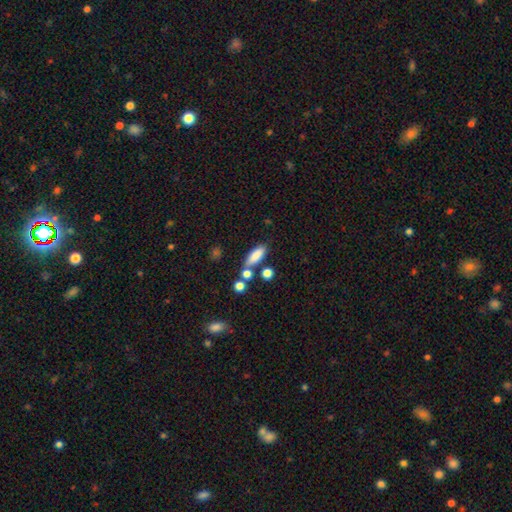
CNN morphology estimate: Smooth or featured? smooth (82%)
How rounded? in between (66%)
Merging? none (63%)